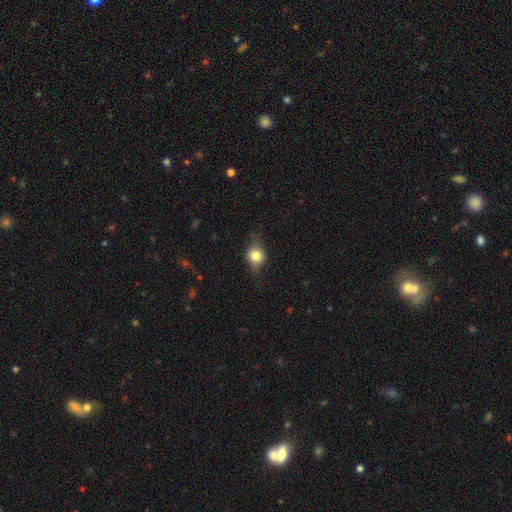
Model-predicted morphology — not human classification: The model was most divided on "how rounded": round: 69%, in between: 29%, cigar-shaped: 2%. More confident: smooth or featured — smooth (72%); merging — none (69%).